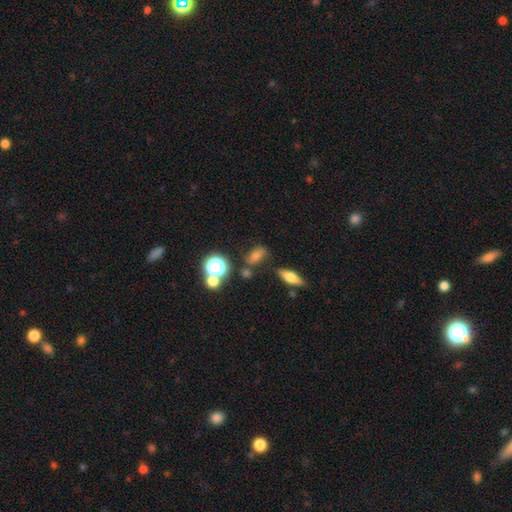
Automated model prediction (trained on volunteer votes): Overall: smooth (64%). How rounded: in between (67%). Merging: none (67%).